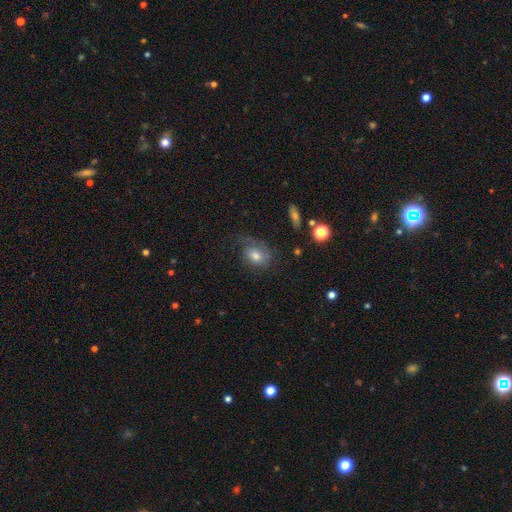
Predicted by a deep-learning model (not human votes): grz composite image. It shows a featured or disk galaxy (47%). Merging: none (50%).